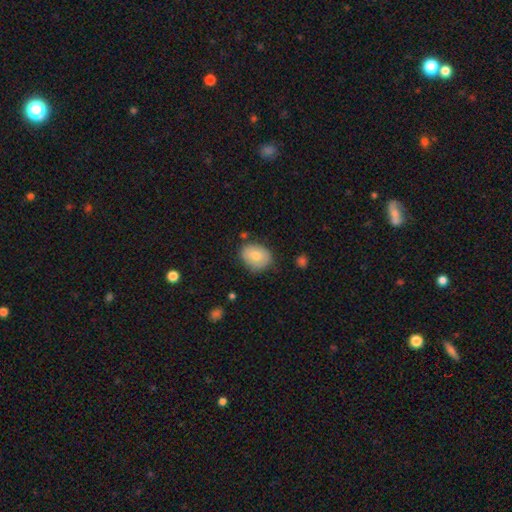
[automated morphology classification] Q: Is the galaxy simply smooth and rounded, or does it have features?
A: smooth — 74%.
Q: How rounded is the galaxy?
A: in between — 51%.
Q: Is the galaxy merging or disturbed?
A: none — 71%.